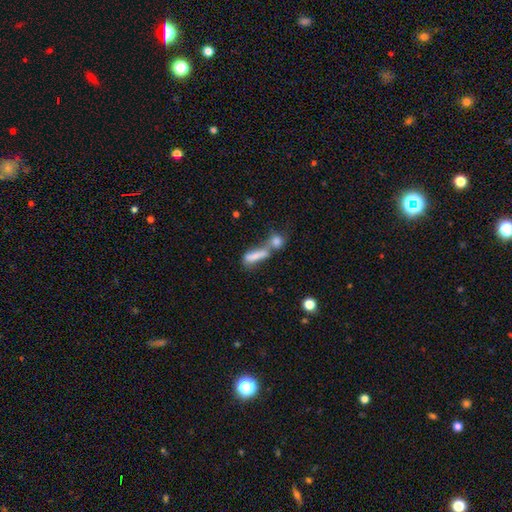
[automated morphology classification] A smooth galaxy with no disk features (73%) that is cigar-shaped (55%). Merging: merger (56%).